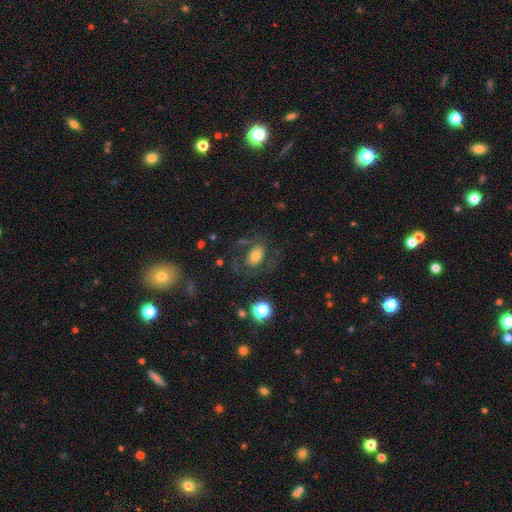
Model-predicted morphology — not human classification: Smooth or featured? smooth (59%)
How rounded? in between (80%)
Merging? none (60%)